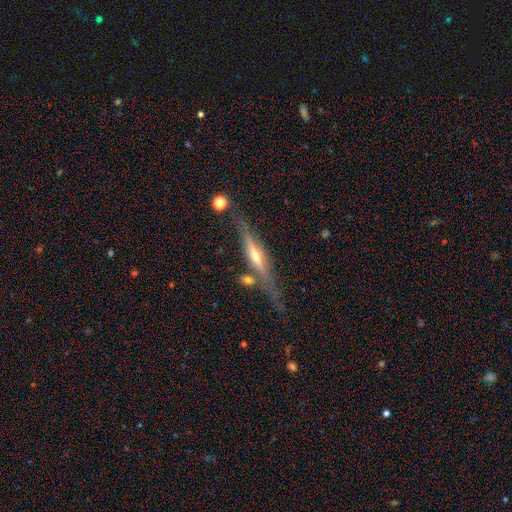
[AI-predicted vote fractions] This is likely a featured or disk galaxy (77%). It is clearly viewed edge-on (95%). Edge-on bulge: clearly rounded (82%). Merging: likely none (73%).